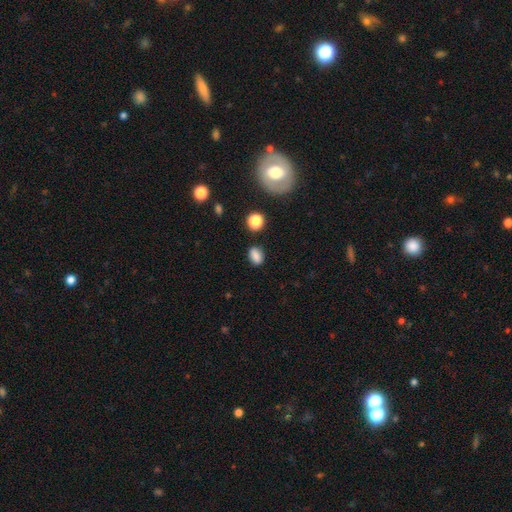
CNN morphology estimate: A smooth galaxy with no disk features (82%) that is in between round and cigar-shaped (76%). Merging: none (80%).